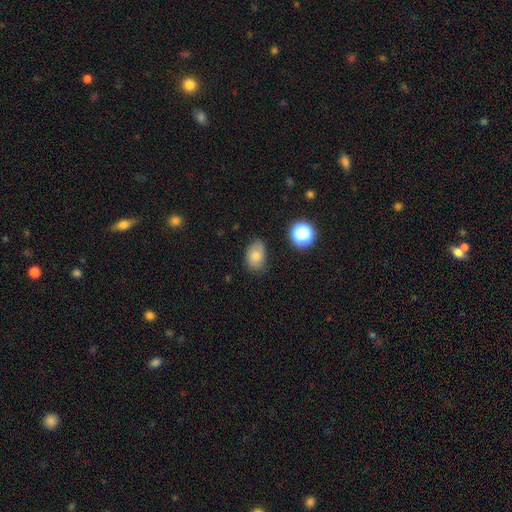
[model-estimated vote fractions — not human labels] Morphology: type=smooth (77%); roundness=in between (80%); merging=none (67%).